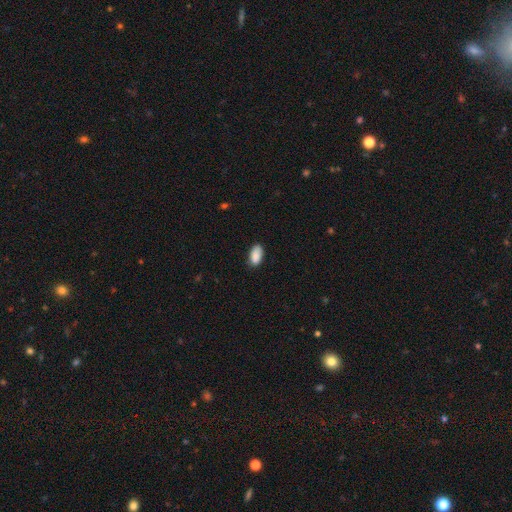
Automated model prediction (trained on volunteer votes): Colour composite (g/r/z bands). It shows a smooth galaxy with no disk features (89%) that is in between round and cigar-shaped (94%). Merging: none (81%).